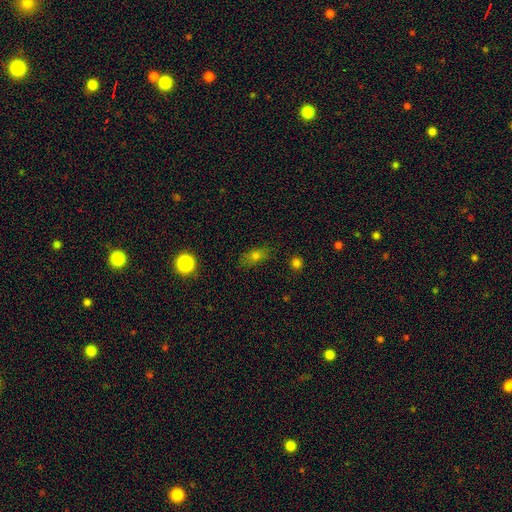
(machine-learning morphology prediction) Smooth or featured: smooth — 71% (star or artifact — 15%)
How rounded: in between — 74% (round — 15%)
Merging: none — 77% (minor disturbance — 16%)